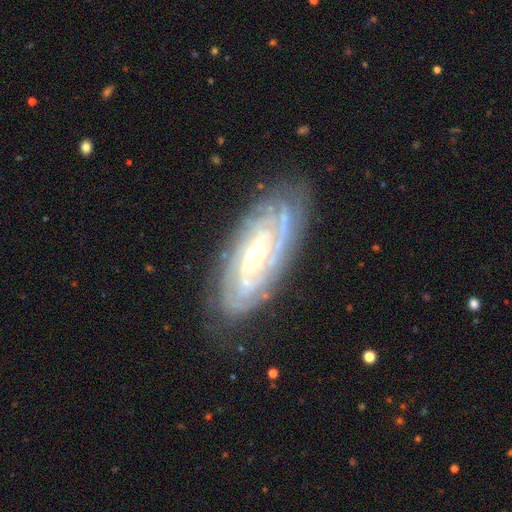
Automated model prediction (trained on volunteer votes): Overall: featured or disk (85%). Edge-on disk: no (89%). Bar: no (49%; weak 33%). Spiral arms: yes (93%). Spiral arm count: can't tell (45%; 2 19%). Spiral winding: tight (76%). Bulge size: moderate (55%; small 29%). Merging: none (76%).